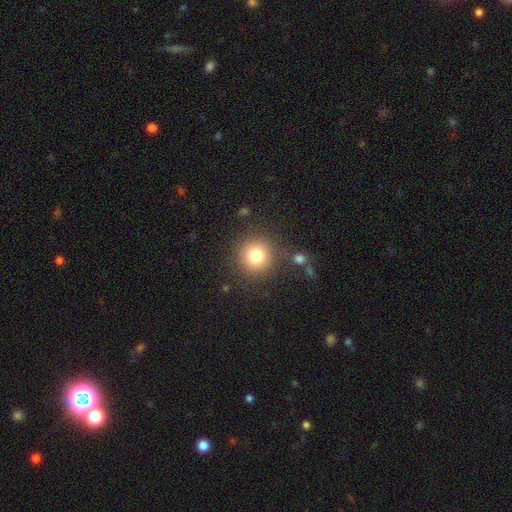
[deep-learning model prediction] This appears to be a smooth galaxy with no disk features (81%) that is round (94%). Merging: none (86%).